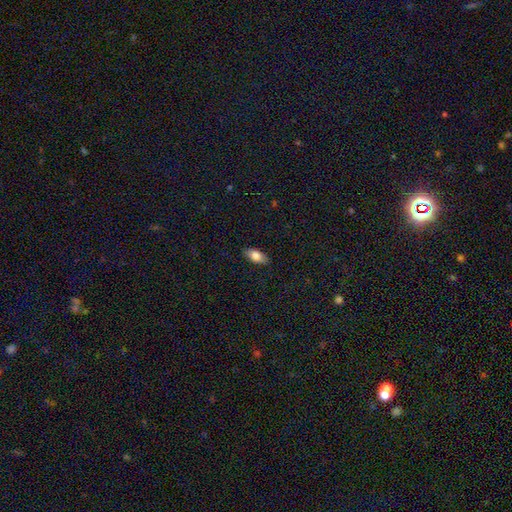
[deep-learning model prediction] smooth 80%, featured or disk 13%, star or artifact 7%. Down the decision tree: how rounded — in between (88%); merging — none (87%).